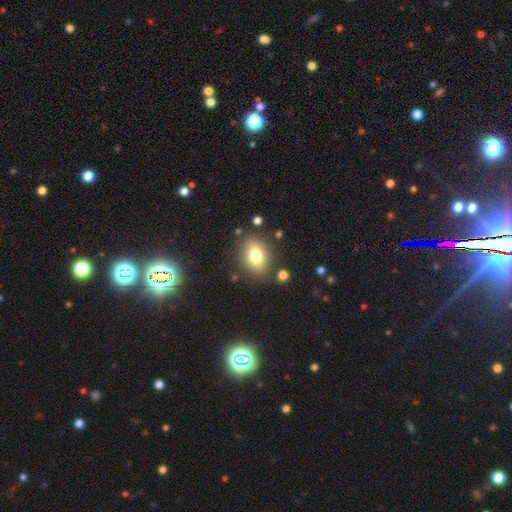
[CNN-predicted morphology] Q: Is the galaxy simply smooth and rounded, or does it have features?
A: smooth — 78%.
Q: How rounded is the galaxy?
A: in between — 76%.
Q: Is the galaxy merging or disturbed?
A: none — 80%.